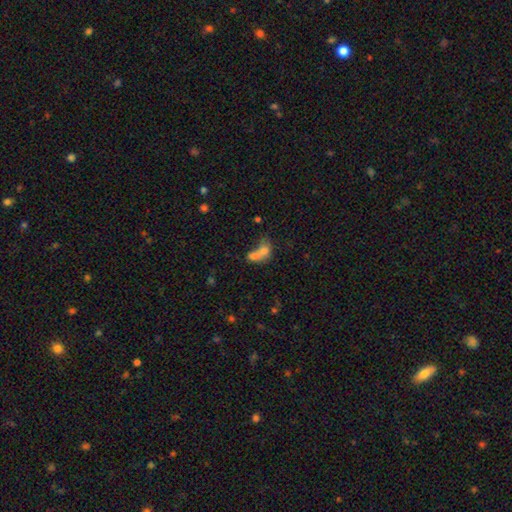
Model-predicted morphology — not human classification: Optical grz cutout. It shows a smooth galaxy with no disk features (67%) that is in between round and cigar-shaped (69%). Merging: merger (69%).